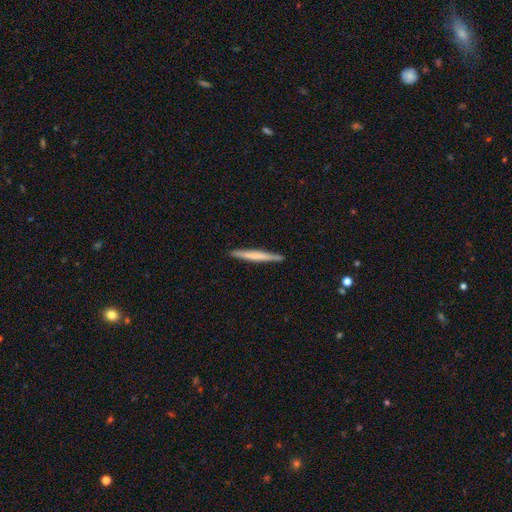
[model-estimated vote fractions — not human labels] smooth 58%, featured or disk 37%, star or artifact 5%. Down the decision tree: how rounded — cigar-shaped (97%); merging — none (90%).